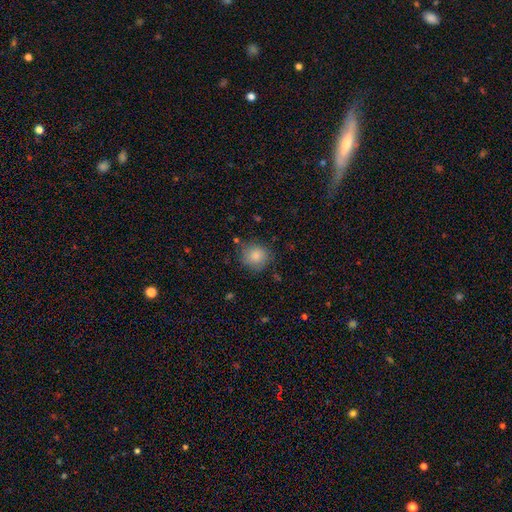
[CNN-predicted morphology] This is clearly a smooth galaxy (84%). How rounded: clearly round (88%). Merging: likely none (77%).